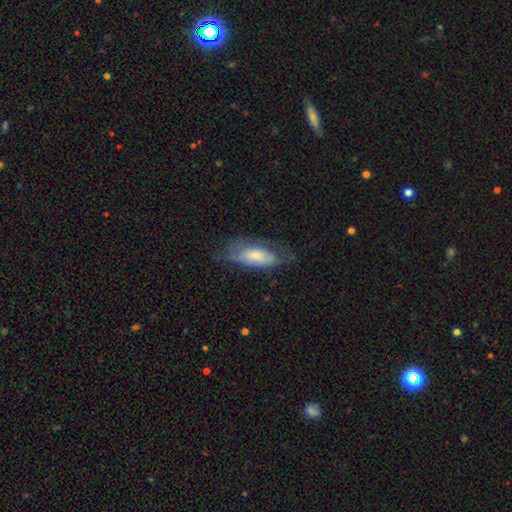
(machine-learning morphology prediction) smooth-or-featured: smooth: 62% | featured or disk: 32% | star or artifact: 6%
  how-rounded: in between: 83% | cigar-shaped: 14% | round: 2%
  merging: none: 52% | minor disturbance: 30% | major disturbance: 17% | merger: 2%